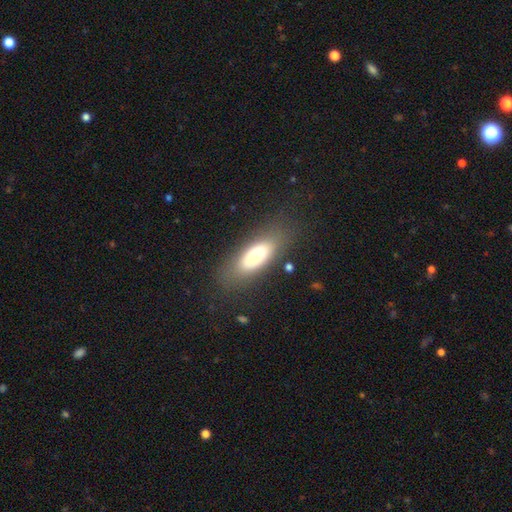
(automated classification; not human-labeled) Smooth or featured: smooth — 60% (featured or disk — 32%)
How rounded: in between — 80% (cigar-shaped — 16%)
Merging: none — 73% (minor disturbance — 15%)